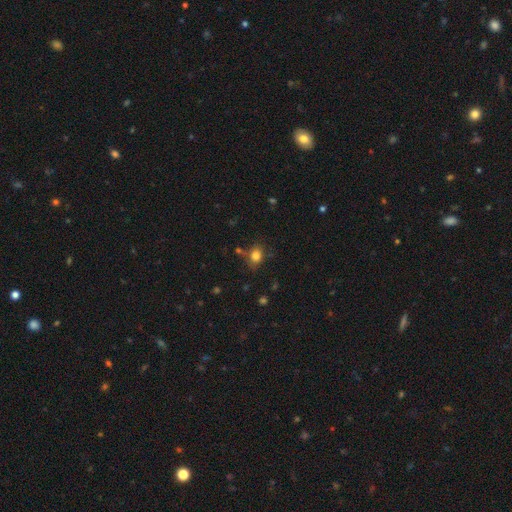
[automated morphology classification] Smooth or featured? smooth (80%)
How rounded? in between (53%)
Merging? none (71%)